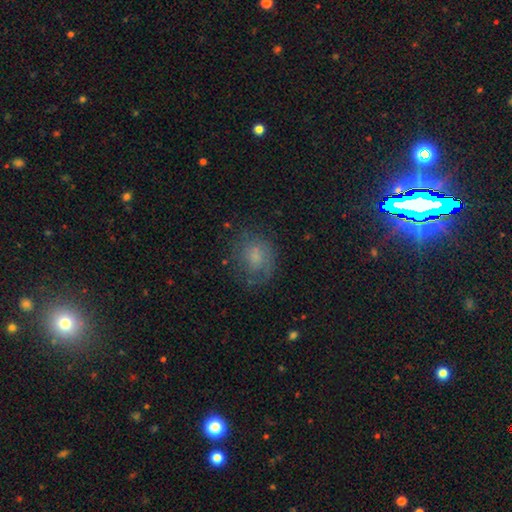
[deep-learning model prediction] smooth-or-featured: smooth: 49% | featured or disk: 37% | star or artifact: 13%
  merging: none: 64% | minor disturbance: 20% | major disturbance: 14% | merger: 2%